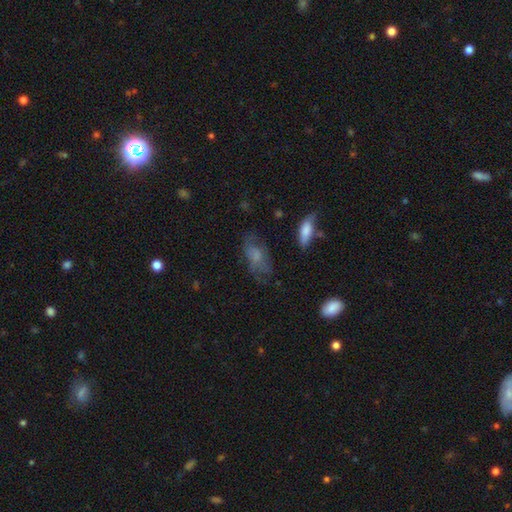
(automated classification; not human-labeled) smooth-or-featured: smooth: 61% | featured or disk: 28% | star or artifact: 11%
  how-rounded: in between: 86% | cigar-shaped: 8% | round: 6%
  merging: none: 55% | minor disturbance: 26% | major disturbance: 16% | merger: 3%